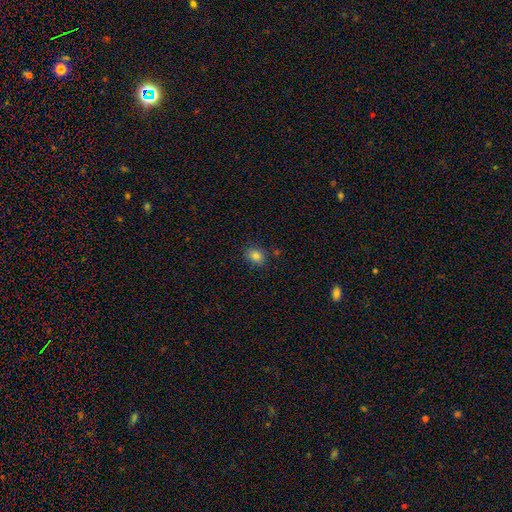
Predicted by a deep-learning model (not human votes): Smooth or featured? smooth (83%)
How rounded? round (54%)
Merging? none (81%)